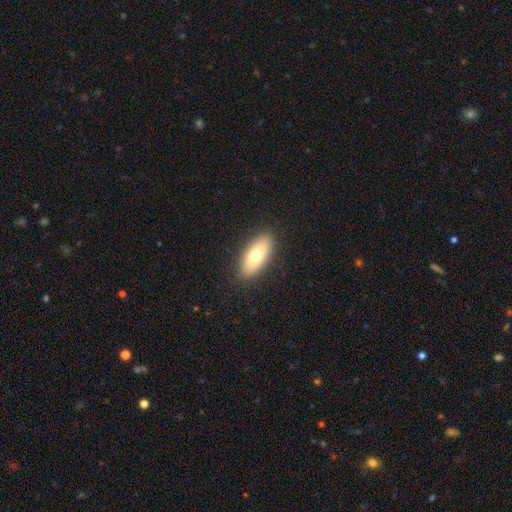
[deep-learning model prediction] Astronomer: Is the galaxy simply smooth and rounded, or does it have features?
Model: smooth — 72%.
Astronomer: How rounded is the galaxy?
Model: in between — 82%.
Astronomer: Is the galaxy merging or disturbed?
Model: none — 88%.